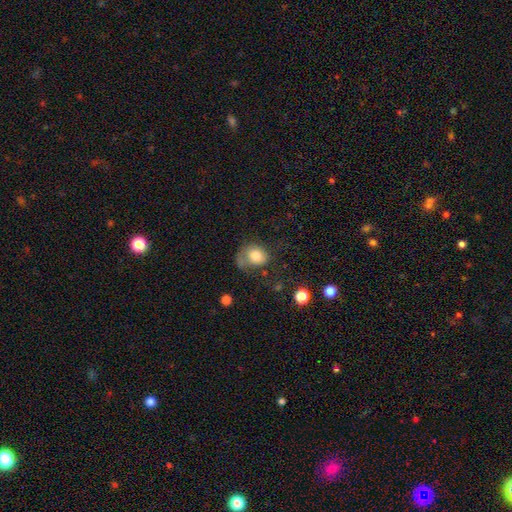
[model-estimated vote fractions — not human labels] The model was most divided on "merging": none: 36%, major disturbance: 30%, minor disturbance: 28%, merger: 6%. More confident: smooth or featured — smooth (75%); how rounded — round (59%).